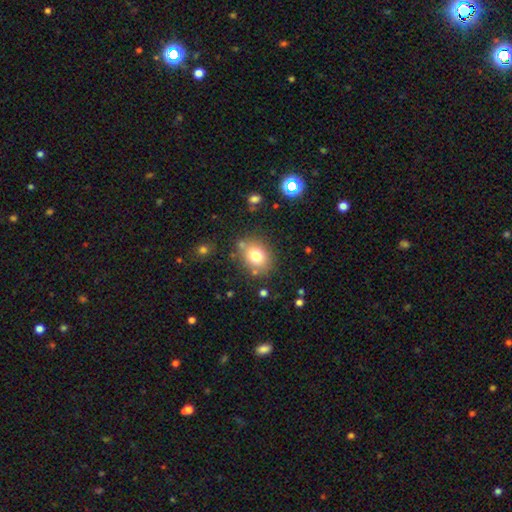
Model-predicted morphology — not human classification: Overall: smooth (76%). How rounded: round (52%; in between 47%). Merging: none (78%).